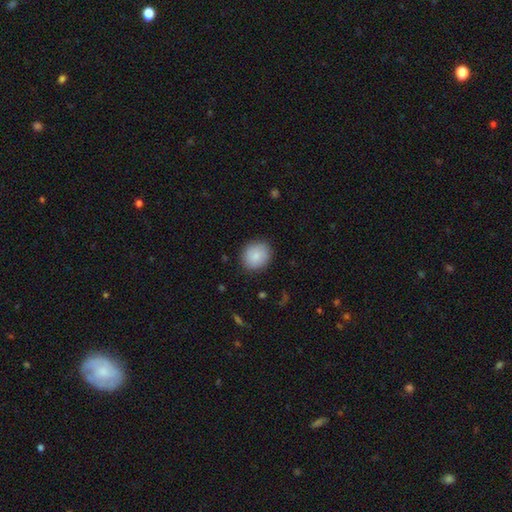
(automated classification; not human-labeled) Smooth or featured: smooth — 85% (featured or disk — 8%)
How rounded: round — 76% (in between — 23%)
Merging: none — 87% (minor disturbance — 10%)